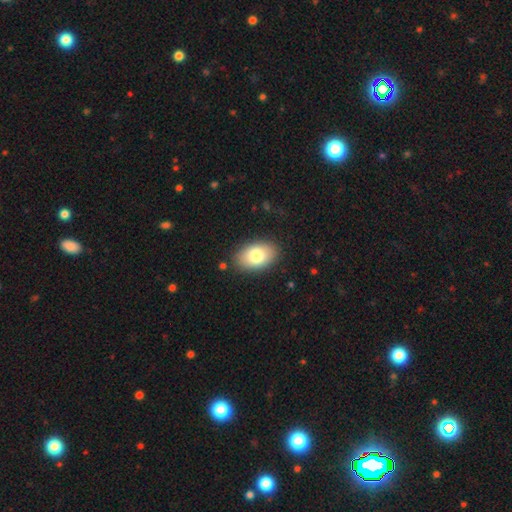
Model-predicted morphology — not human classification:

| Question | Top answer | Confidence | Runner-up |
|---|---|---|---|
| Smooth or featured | smooth | 81% | featured or disk (12%) |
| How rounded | in between | 91% | round (8%) |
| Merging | none | 87% | minor disturbance (10%) |